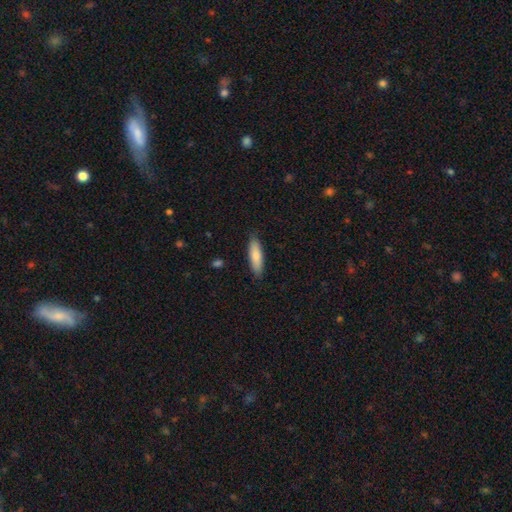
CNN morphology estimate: smooth 81%, featured or disk 14%, star or artifact 5%. Down the decision tree: how rounded — cigar-shaped (58%); merging — none (87%).